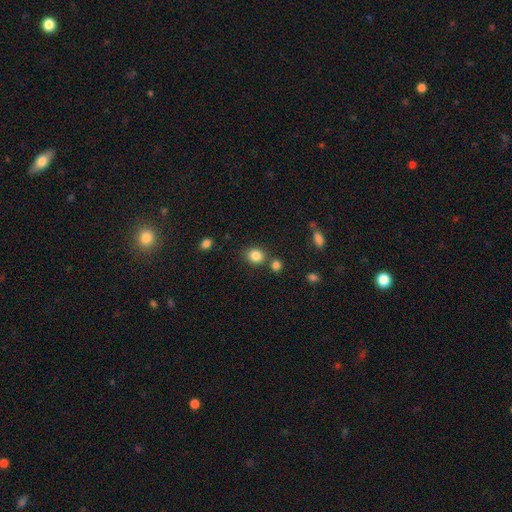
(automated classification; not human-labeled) Morphology: type=smooth (84%); roundness=round (69%); merging=none (72%).